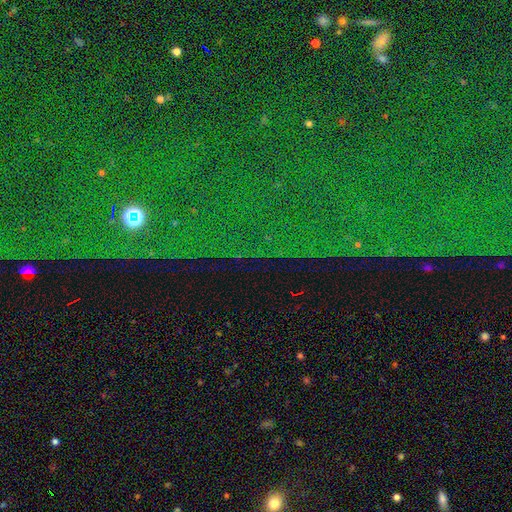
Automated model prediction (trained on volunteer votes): Morphology: type=star or artifact (85%).